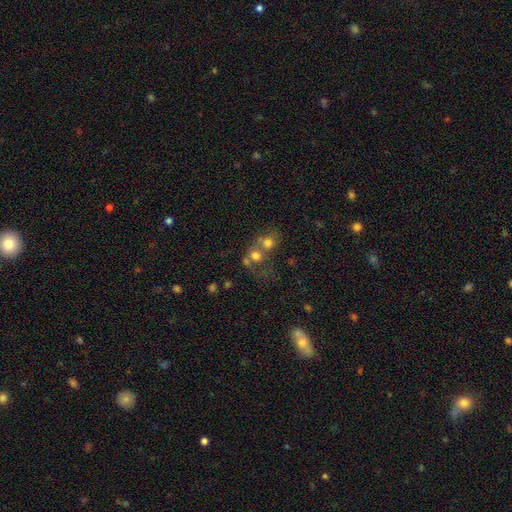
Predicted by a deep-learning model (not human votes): Smooth or featured?
  - smooth: 64% *
  - featured or disk: 21%
  - star or artifact: 15%
How rounded?
  - round: 76% *
  - in between: 23%
  - cigar-shaped: 1%
Merging?
  - merger: 60% *
  - none: 26%
  - major disturbance: 7%
  - minor disturbance: 7%